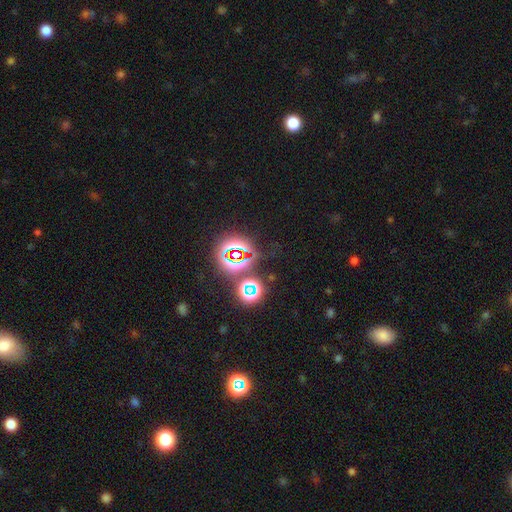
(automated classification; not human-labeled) Smooth or featured? Predicted: star or artifact (p=0.76).